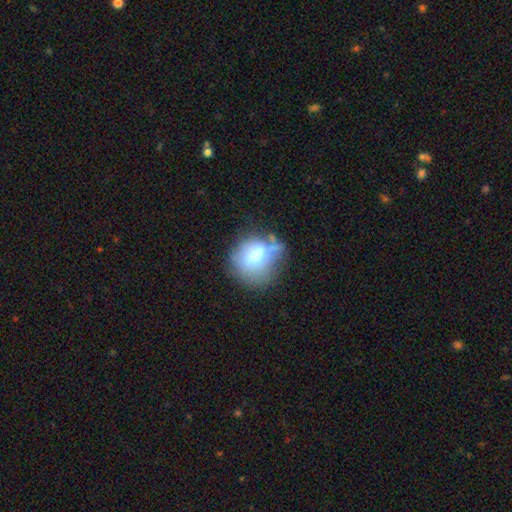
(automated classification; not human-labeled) Smooth or featured?
  - smooth: 63% *
  - featured or disk: 25%
  - star or artifact: 11%
How rounded?
  - round: 58% *
  - in between: 41%
  - cigar-shaped: 2%
Merging?
  - none: 38% *
  - minor disturbance: 26%
  - major disturbance: 21%
  - merger: 15%